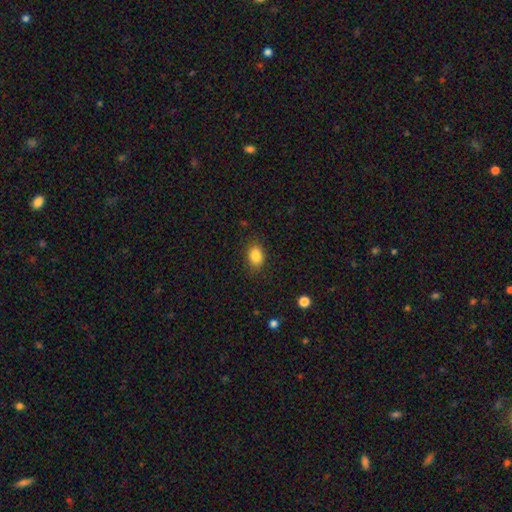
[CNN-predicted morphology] Smooth or featured? Predicted: smooth (p=0.86). How rounded? Predicted: in between (p=0.73). Merging? Predicted: none (p=0.85).